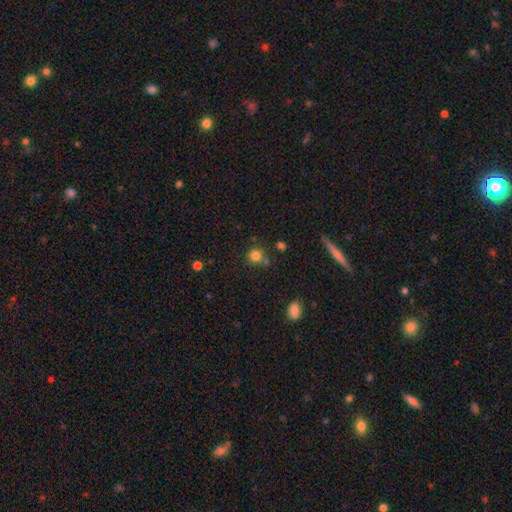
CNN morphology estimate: Smooth or featured? smooth (81%)
How rounded? round (90%)
Merging? none (72%)